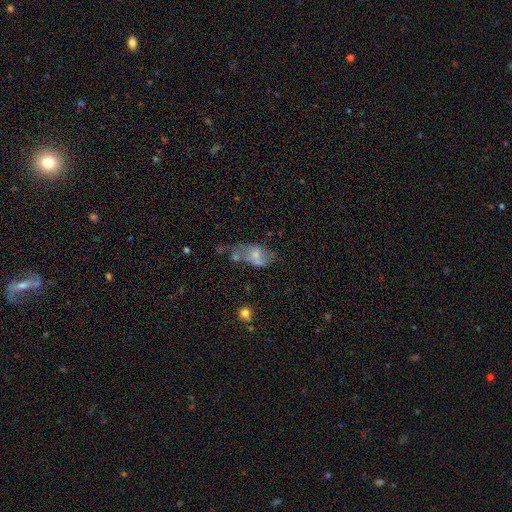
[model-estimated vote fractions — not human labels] A featured or disk galaxy (45%). Merging: merger (28%).